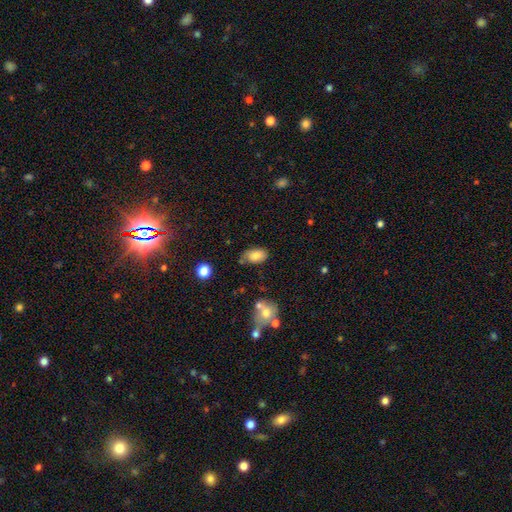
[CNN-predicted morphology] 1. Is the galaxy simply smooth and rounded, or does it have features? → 80% smooth, 11% featured or disk, 9% star or artifact.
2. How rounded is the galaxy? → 92% in between, 7% round, 2% cigar-shaped.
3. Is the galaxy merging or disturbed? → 64% none, 24% minor disturbance, 7% merger, 5% major disturbance.